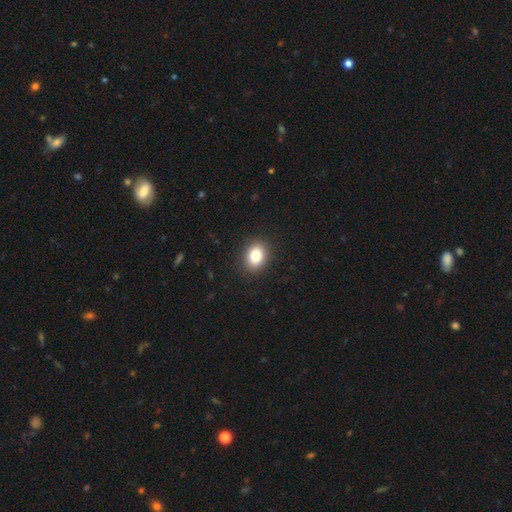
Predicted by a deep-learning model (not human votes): smooth 82%, star or artifact 10%, featured or disk 8%. Down the decision tree: how rounded — in between (55%); merging — none (90%).